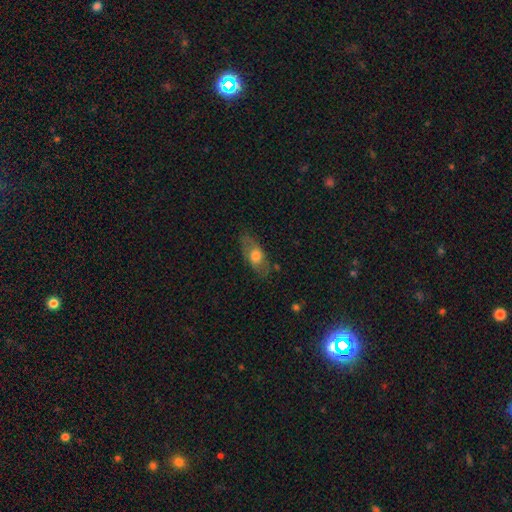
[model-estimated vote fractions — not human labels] smooth 60%, featured or disk 32%, star or artifact 7%. Down the decision tree: how rounded — in between (80%); merging — none (70%).